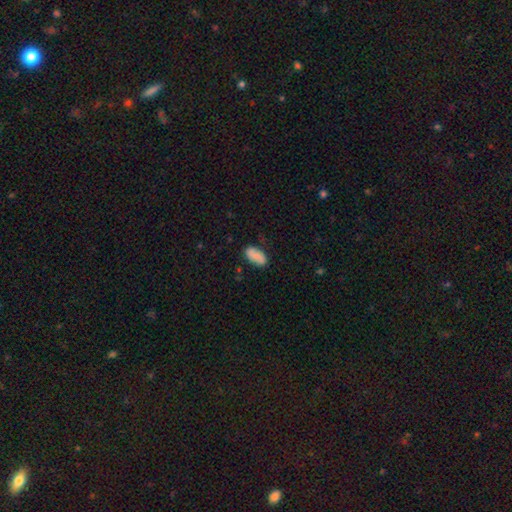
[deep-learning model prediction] A smooth galaxy with no disk features (75%) that is in between round and cigar-shaped (92%).

Vote fractions:
- Smooth or featured? smooth: 75% / featured or disk: 18% / star or artifact: 7%
- How rounded? in between: 92% / cigar-shaped: 5% / round: 3%
- Merging? none: 76% / minor disturbance: 18% / major disturbance: 4% / merger: 2%